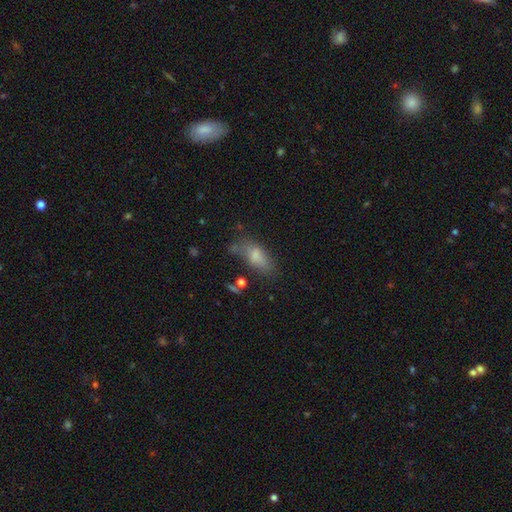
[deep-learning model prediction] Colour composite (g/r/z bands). It shows a smooth galaxy with no disk features (71%) that is in between round and cigar-shaped (81%). Merging: none (46%).